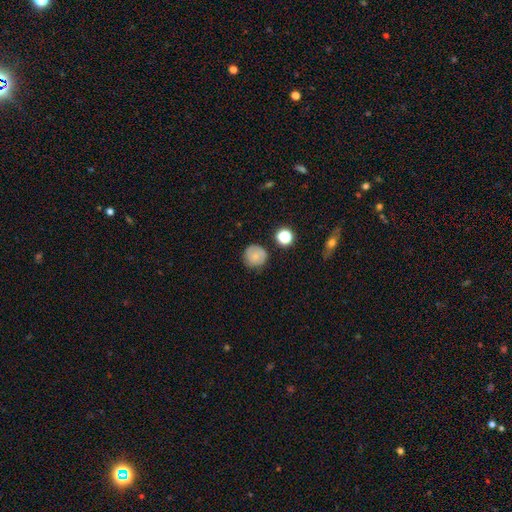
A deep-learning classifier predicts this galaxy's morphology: A smooth galaxy with no disk features (67%) that is round (91%).

Vote fractions:
- Smooth or featured? smooth: 67% / featured or disk: 23% / star or artifact: 10%
- How rounded? round: 91% / in between: 9% / cigar-shaped: 1%
- Merging? none: 78% / minor disturbance: 16% / major disturbance: 4% / merger: 2%